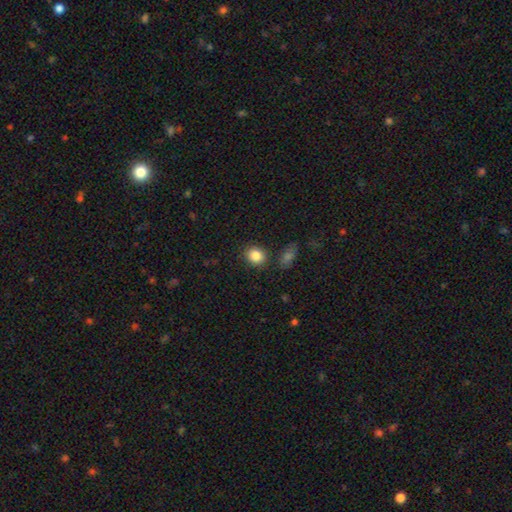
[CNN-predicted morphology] Smooth or featured?
  - smooth: 85% *
  - star or artifact: 9%
  - featured or disk: 6%
How rounded?
  - round: 69% *
  - in between: 30%
  - cigar-shaped: 1%
Merging?
  - none: 84% *
  - minor disturbance: 9%
  - merger: 4%
  - major disturbance: 3%